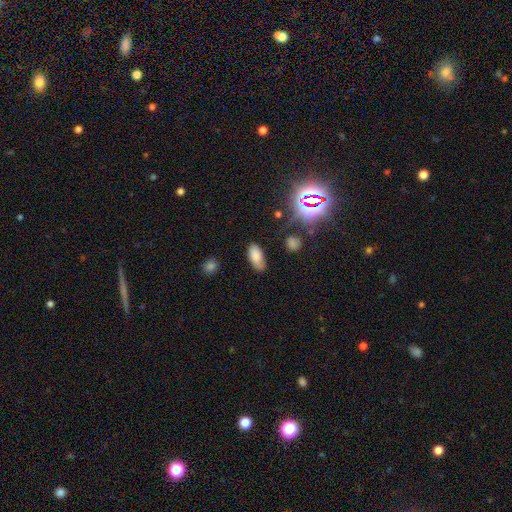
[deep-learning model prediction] Smooth or featured?
  - smooth: 76% *
  - star or artifact: 13%
  - featured or disk: 12%
How rounded?
  - in between: 91% *
  - cigar-shaped: 6%
  - round: 3%
Merging?
  - none: 72% *
  - minor disturbance: 20%
  - major disturbance: 5%
  - merger: 2%